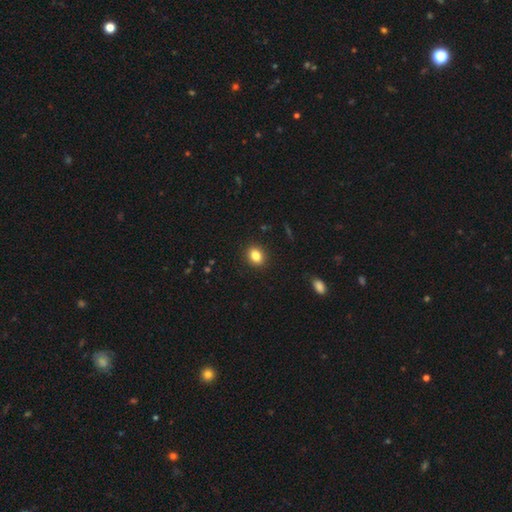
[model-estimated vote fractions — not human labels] Smooth or featured: smooth — 85% (star or artifact — 10%)
How rounded: in between — 50% (round — 49%)
Merging: none — 90% (minor disturbance — 7%)